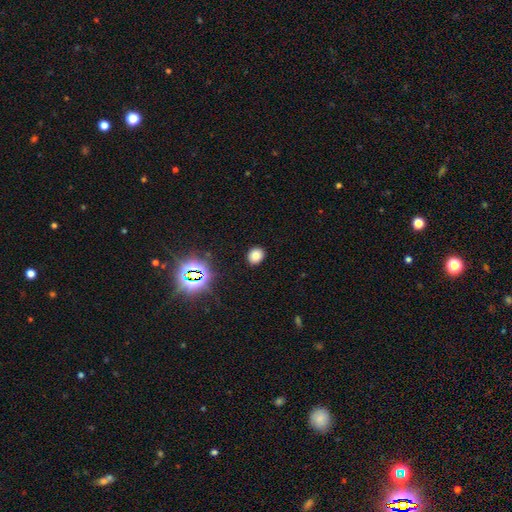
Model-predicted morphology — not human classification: Overall: smooth (77%). How rounded: round (69%; in between 30%). Merging: none (90%).